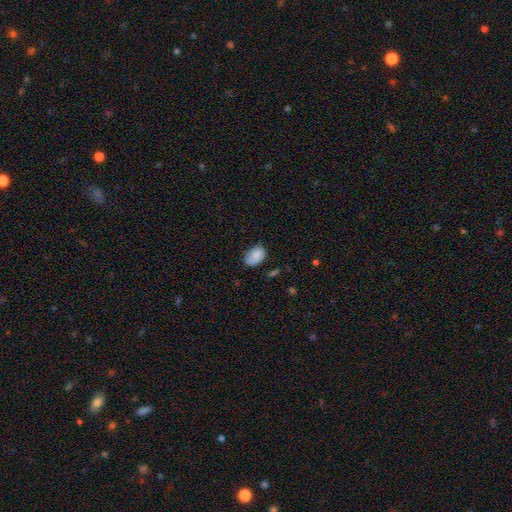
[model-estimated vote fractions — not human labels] This appears to be a smooth galaxy with no disk features (80%) that is in between round and cigar-shaped (83%). Merging: none (58%).